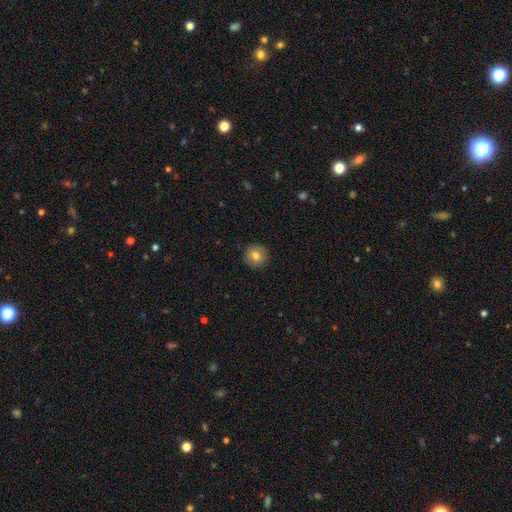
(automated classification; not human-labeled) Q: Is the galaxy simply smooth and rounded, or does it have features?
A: smooth — 78%.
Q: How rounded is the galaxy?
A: round — 94%.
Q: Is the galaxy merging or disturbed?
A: none — 91%.